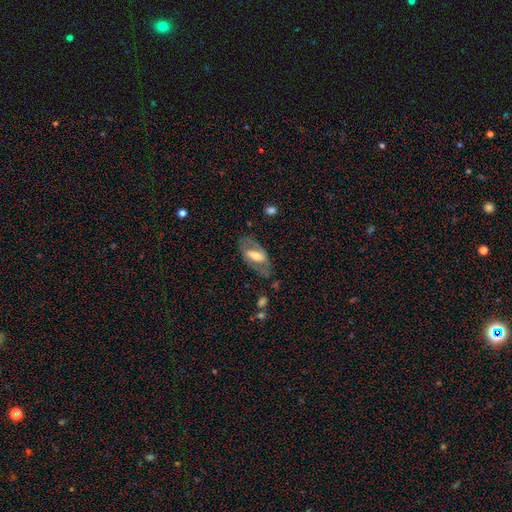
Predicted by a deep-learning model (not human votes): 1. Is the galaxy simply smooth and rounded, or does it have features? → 62% featured or disk, 32% smooth, 6% star or artifact.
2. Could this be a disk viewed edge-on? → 87% no, 13% yes.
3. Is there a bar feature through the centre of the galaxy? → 51% strong, 31% weak, 19% no.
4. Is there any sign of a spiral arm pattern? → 50% no (tied), 50% yes (tied).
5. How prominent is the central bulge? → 56% moderate, 25% small, 15% large, 2% none, 2% dominant.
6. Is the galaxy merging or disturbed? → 68% none, 18% minor disturbance, 11% major disturbance, 2% merger.